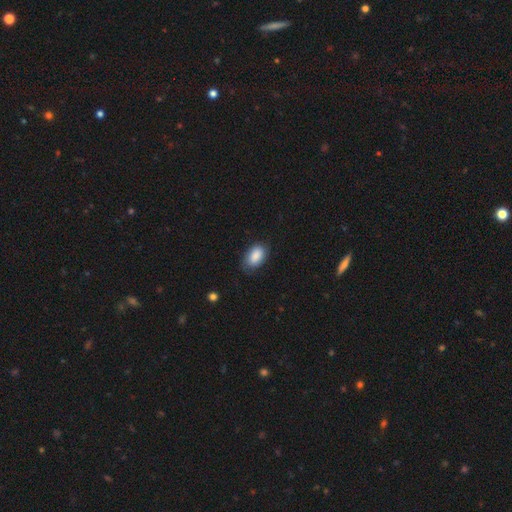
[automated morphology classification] Smooth or featured?
  - smooth: 86% *
  - featured or disk: 7%
  - star or artifact: 6%
How rounded?
  - in between: 92% *
  - round: 6%
  - cigar-shaped: 2%
Merging?
  - none: 73% *
  - minor disturbance: 22%
  - major disturbance: 4%
  - merger: 1%